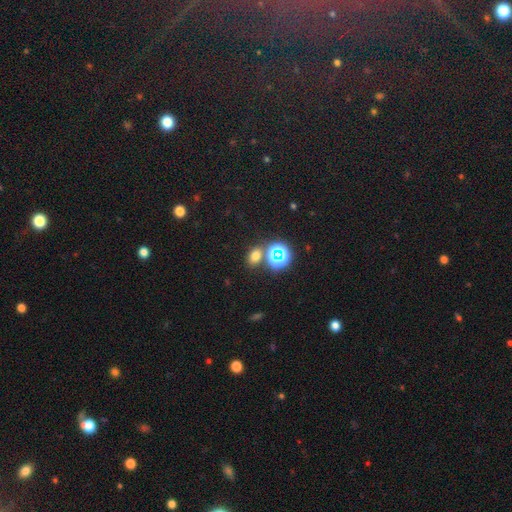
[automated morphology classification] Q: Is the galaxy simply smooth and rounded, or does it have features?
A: smooth — 66%.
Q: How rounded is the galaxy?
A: in between — 62%.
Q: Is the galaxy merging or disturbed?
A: none — 75%.